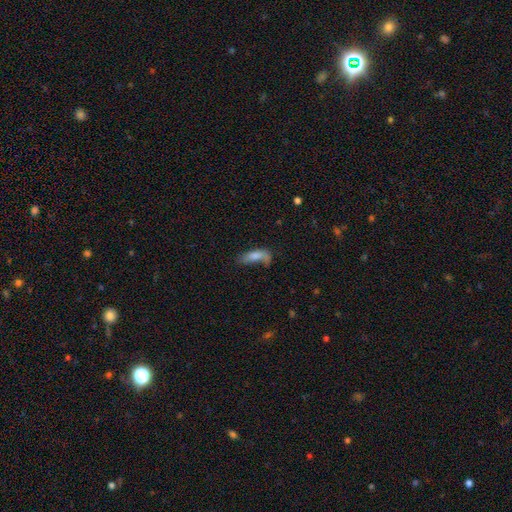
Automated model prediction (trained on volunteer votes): Morphology: type=smooth (70%); roundness=in between (60%); merging=none (35%).